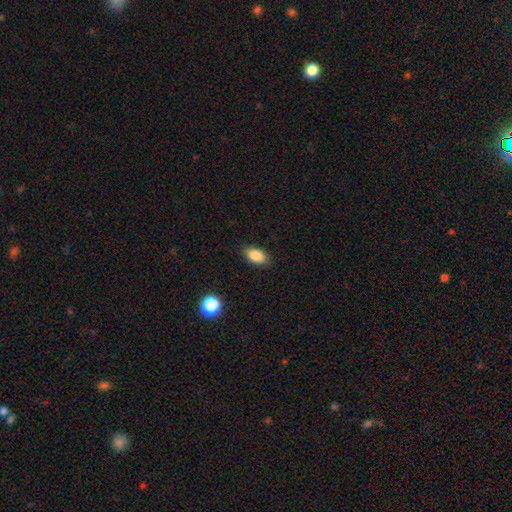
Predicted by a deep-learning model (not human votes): smooth 88%, star or artifact 8%, featured or disk 4%. Down the decision tree: how rounded — in between (91%); merging — none (86%).